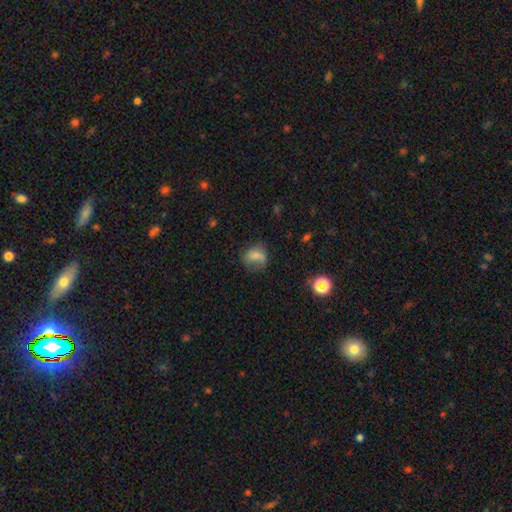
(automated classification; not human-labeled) Smooth or featured: smooth — 69% (featured or disk — 19%)
How rounded: round — 50% (in between — 49%)
Merging: none — 49% (minor disturbance — 29%)